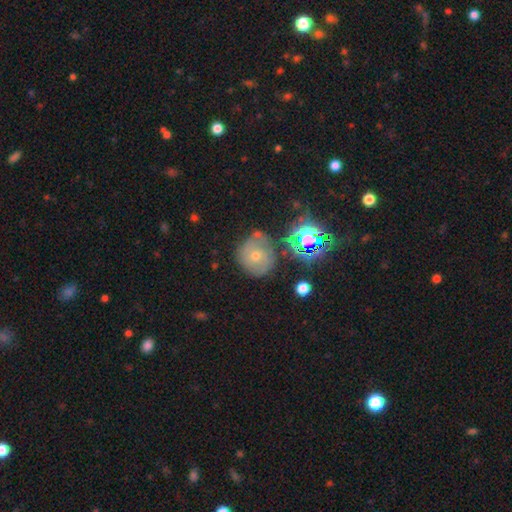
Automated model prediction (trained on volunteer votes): Q: Smooth or featured?
A: featured or disk (43%); runner-up: smooth (40%)
Q: Merging?
A: none (61%); runner-up: minor disturbance (21%)